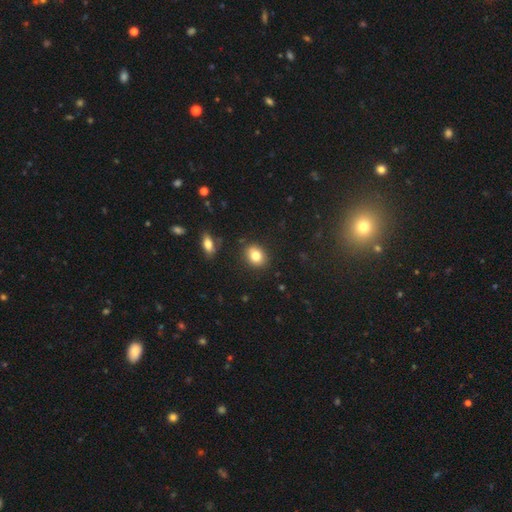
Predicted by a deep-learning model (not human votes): Overall: smooth (82%). How rounded: in between (51%; round 48%). Merging: none (86%).